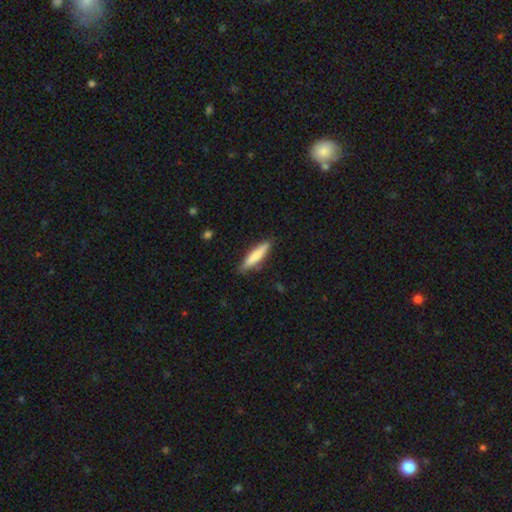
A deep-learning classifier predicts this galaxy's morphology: smooth_or_featured: smooth (p=0.77) [alt: featured or disk p=0.18]
how_rounded: cigar-shaped (p=0.85) [alt: in between p=0.14]
merging: none (p=0.86) [alt: minor disturbance p=0.10]